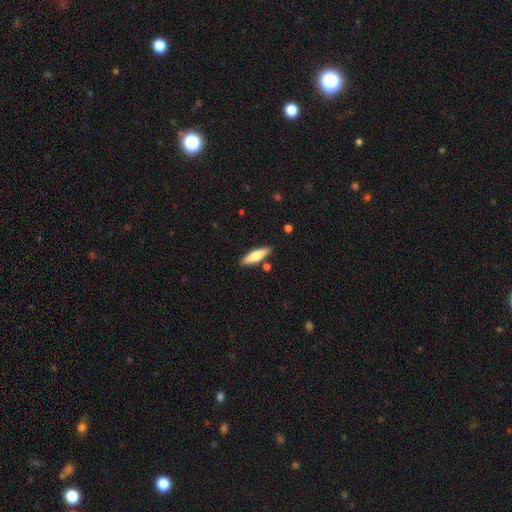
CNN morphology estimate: The model was most divided on "how rounded": cigar-shaped: 60%, in between: 38%, round: 2%. More confident: merging — none (84%); smooth or featured — smooth (67%).